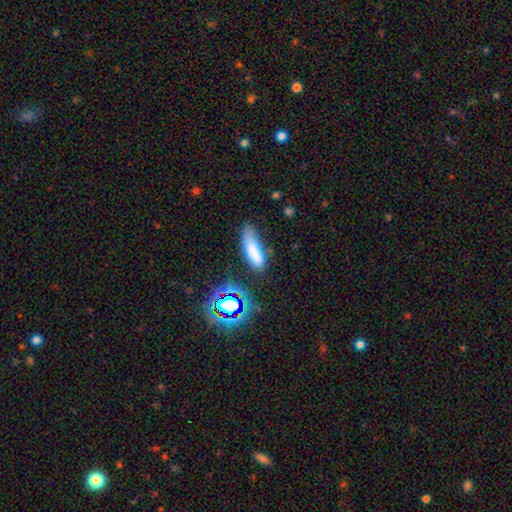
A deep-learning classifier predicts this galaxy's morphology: Smooth or featured: smooth — 74% (star or artifact — 14%)
How rounded: cigar-shaped — 53% (in between — 44%)
Merging: none — 59% (minor disturbance — 26%)